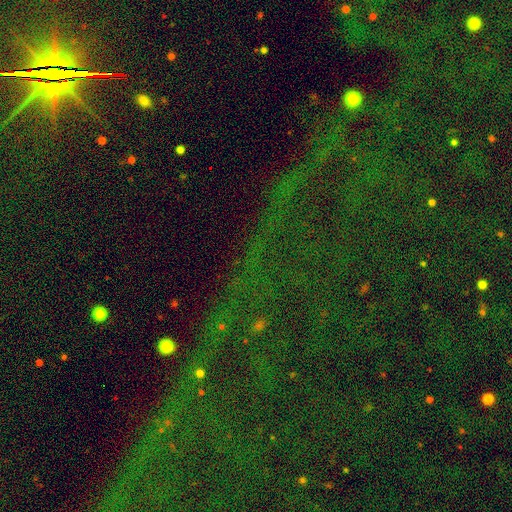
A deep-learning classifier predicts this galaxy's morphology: smooth-or-featured: star or artifact: 80% | smooth: 11% | featured or disk: 10%